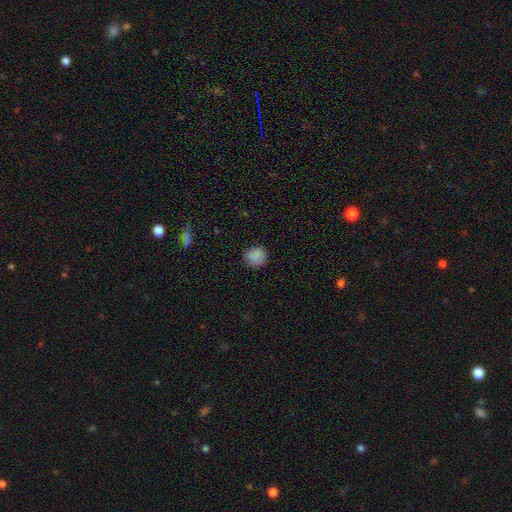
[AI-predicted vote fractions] This is clearly a smooth galaxy (86%). How rounded: clearly round (83%). Merging: clearly none (83%).